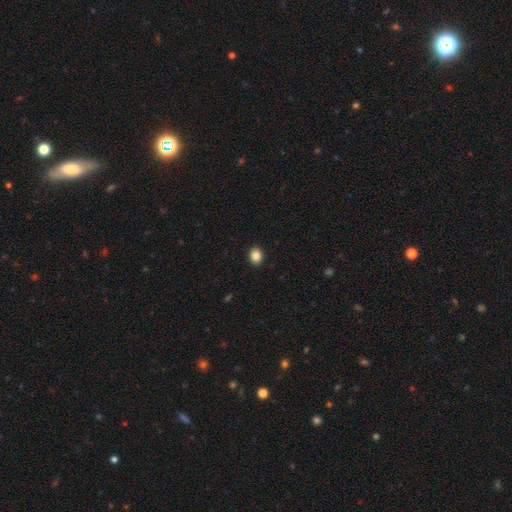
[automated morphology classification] This is clearly a smooth galaxy (87%). How rounded: possibly in between (53%). Merging: clearly none (92%).